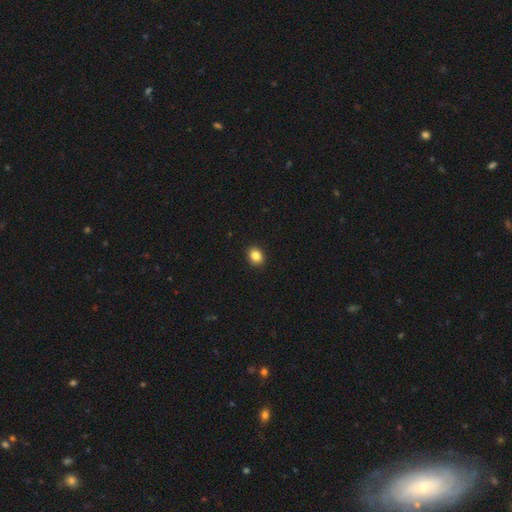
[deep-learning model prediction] smooth_or_featured: smooth (p=0.86) [alt: star or artifact p=0.10]
how_rounded: round (p=0.57) [alt: in between p=0.42]
merging: none (p=0.91) [alt: minor disturbance p=0.06]